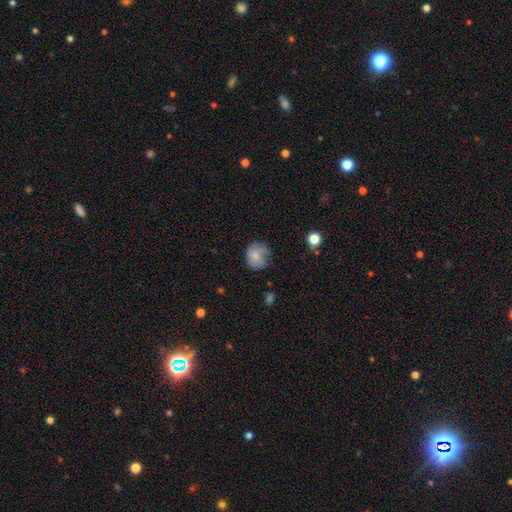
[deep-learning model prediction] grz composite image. It shows a smooth galaxy with no disk features (69%) that is round (76%). Merging: none (55%).